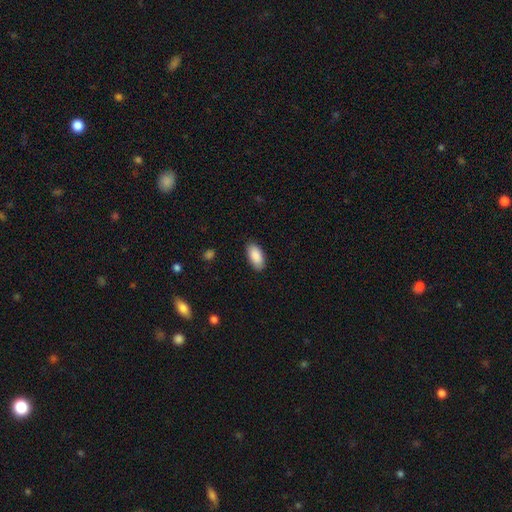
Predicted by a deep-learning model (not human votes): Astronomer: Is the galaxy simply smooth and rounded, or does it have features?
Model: smooth — 90%.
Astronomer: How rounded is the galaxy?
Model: in between — 93%.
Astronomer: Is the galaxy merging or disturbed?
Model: none — 86%.